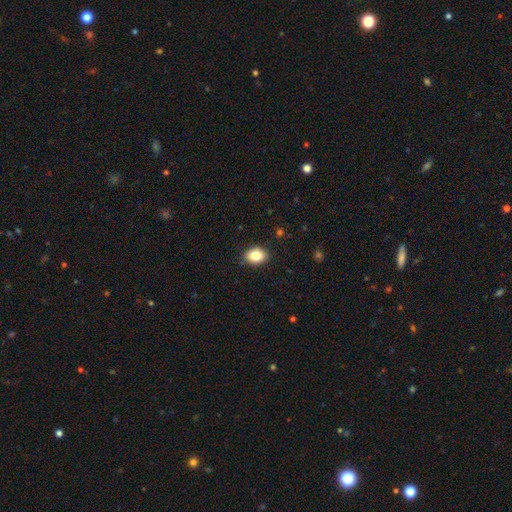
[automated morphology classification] This is clearly a smooth galaxy (83%). How rounded: likely in between (74%). Merging: clearly none (88%).